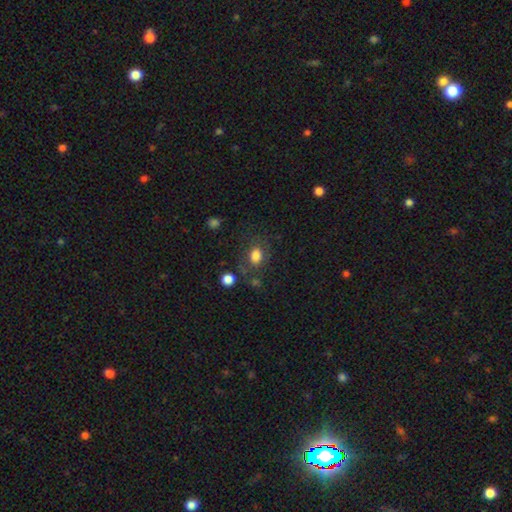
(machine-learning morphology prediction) Q: Smooth or featured?
A: smooth (79%); runner-up: star or artifact (11%)
Q: How rounded?
A: in between (68%); runner-up: round (31%)
Q: Merging?
A: none (66%); runner-up: minor disturbance (18%)